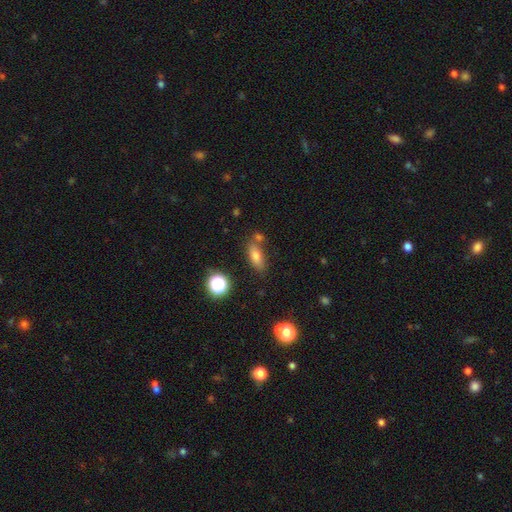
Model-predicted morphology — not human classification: This appears to be a smooth galaxy with no disk features (73%) that is in between round and cigar-shaped (72%). Merging: none (65%).